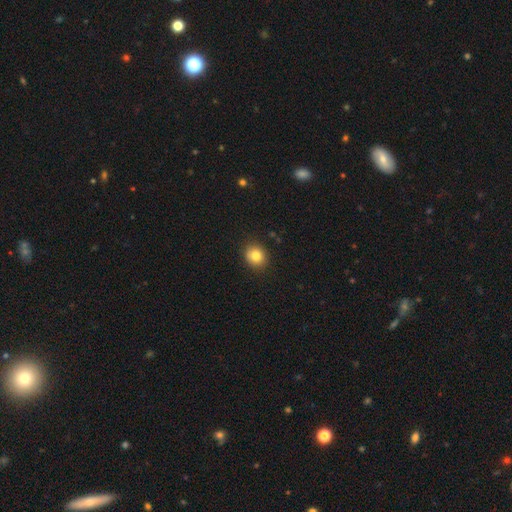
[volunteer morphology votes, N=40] Smooth or featured? 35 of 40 (88%) said smooth. How rounded? 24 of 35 (69%) said round. Merging? 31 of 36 (86%) said none.